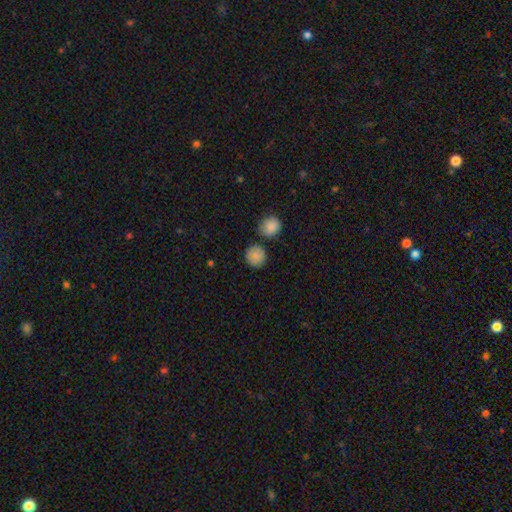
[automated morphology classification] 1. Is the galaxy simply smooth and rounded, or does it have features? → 85% smooth, 9% star or artifact, 6% featured or disk.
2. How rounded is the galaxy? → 91% round, 8% in between, 1% cigar-shaped.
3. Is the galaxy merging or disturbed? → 77% none, 10% minor disturbance, 10% merger, 3% major disturbance.